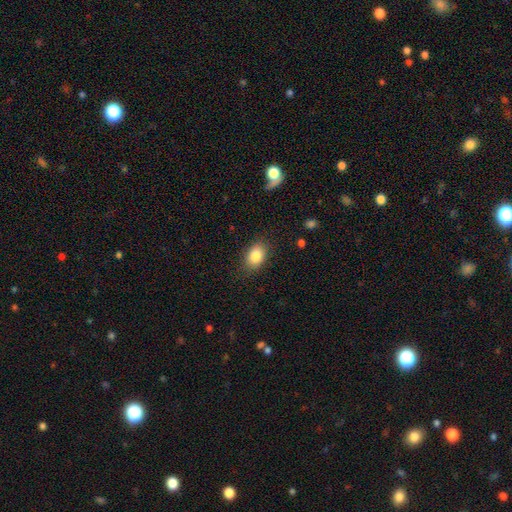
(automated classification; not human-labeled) Smooth or featured? Predicted: smooth (p=0.84). How rounded? Predicted: in between (p=0.78). Merging? Predicted: none (p=0.82).